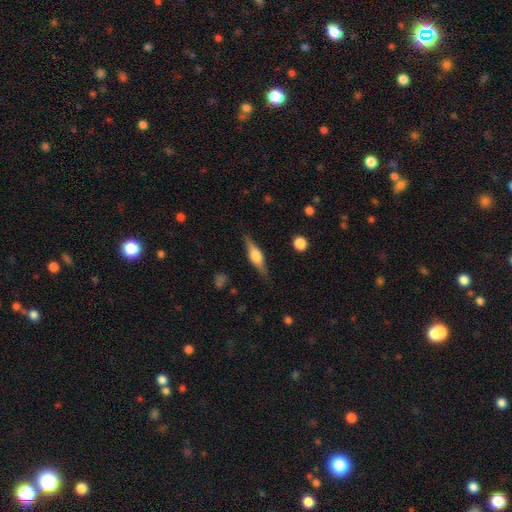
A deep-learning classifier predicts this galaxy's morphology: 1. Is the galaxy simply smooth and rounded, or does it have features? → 64% featured or disk, 30% smooth, 7% star or artifact.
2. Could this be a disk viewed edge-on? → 96% yes, 4% no.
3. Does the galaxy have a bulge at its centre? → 86% rounded, 12% boxy, 2% none.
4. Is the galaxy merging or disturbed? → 85% none, 11% minor disturbance, 3% major disturbance, 1% merger.